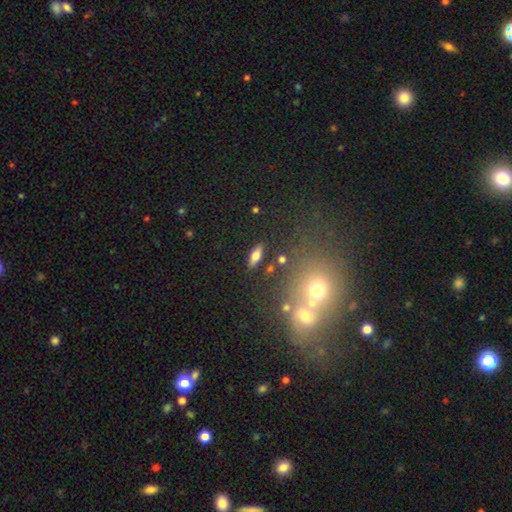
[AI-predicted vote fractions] Morphology: type=smooth (64%); roundness=in between (68%); merging=none (85%).